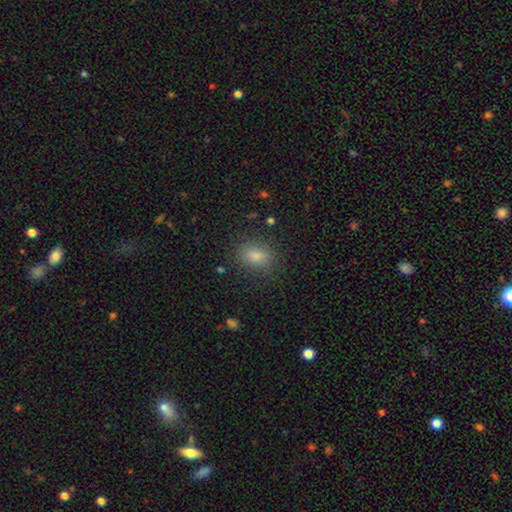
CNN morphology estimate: This appears to be a smooth galaxy with no disk features (79%) that is in between round and cigar-shaped (67%). Merging: none (86%).